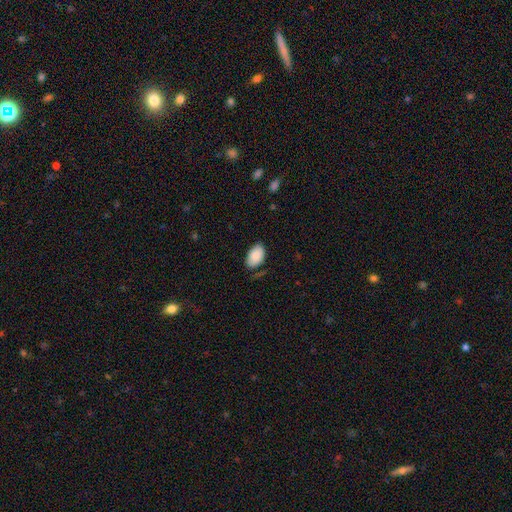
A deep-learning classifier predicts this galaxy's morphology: A smooth galaxy with no disk features (87%) that is in between round and cigar-shaped (92%). Merging: none (74%).